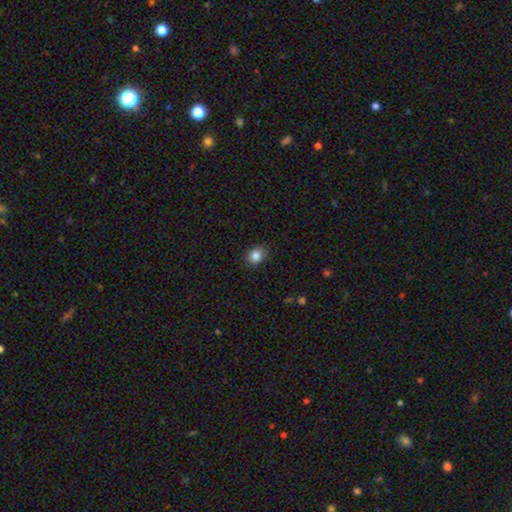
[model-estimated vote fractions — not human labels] smooth-or-featured: smooth: 85% | star or artifact: 10% | featured or disk: 5%
  how-rounded: round: 55% | in between: 44% | cigar-shaped: 1%
  merging: none: 87% | minor disturbance: 10% | major disturbance: 2% | merger: 1%